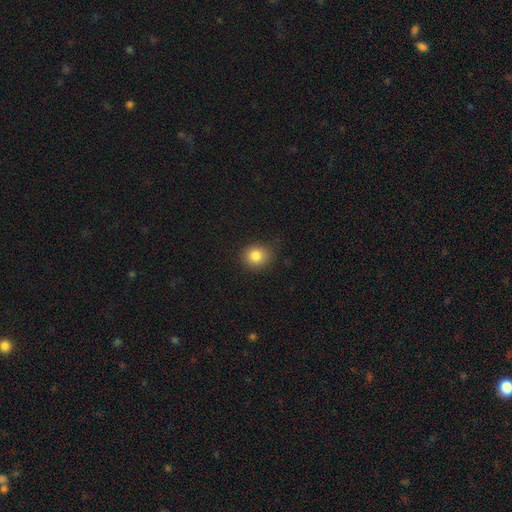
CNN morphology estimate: A smooth galaxy with no disk features (83%) that is round (76%).

Vote fractions:
- Smooth or featured? smooth: 83% / star or artifact: 11% / featured or disk: 6%
- How rounded? round: 76% / in between: 24% / cigar-shaped: 1%
- Merging? none: 83% / minor disturbance: 13% / major disturbance: 3% / merger: 1%